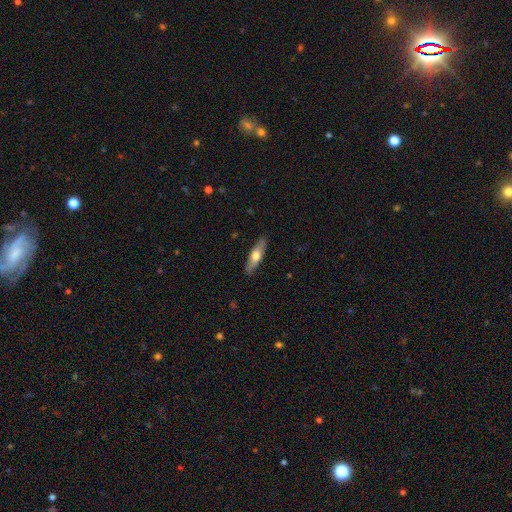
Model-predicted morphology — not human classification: smooth_or_featured: smooth (p=0.55) [alt: featured or disk p=0.39]
how_rounded: cigar-shaped (p=0.62) [alt: in between p=0.36]
merging: none (p=0.88) [alt: minor disturbance p=0.09]